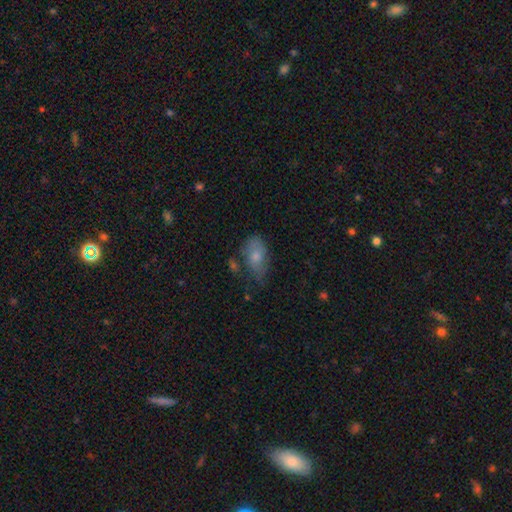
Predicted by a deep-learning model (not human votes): smooth-or-featured: smooth: 70% | featured or disk: 21% | star or artifact: 9%
  how-rounded: in between: 89% | round: 7% | cigar-shaped: 4%
  merging: none: 46% | minor disturbance: 33% | major disturbance: 14% | merger: 7%